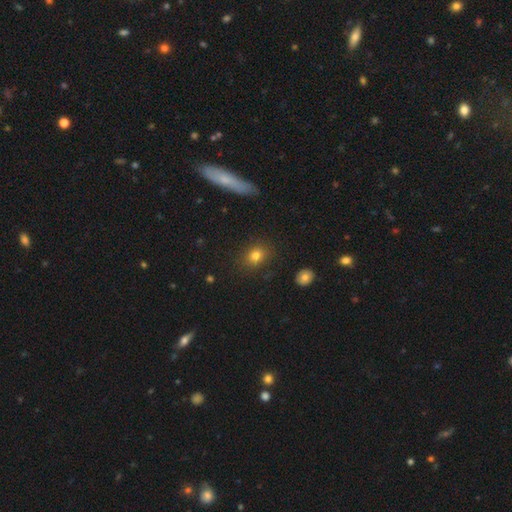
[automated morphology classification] A smooth galaxy with no disk features (80%) that is round (55%).

Vote fractions:
- Smooth or featured? smooth: 80% / star or artifact: 12% / featured or disk: 8%
- How rounded? round: 55% / in between: 43% / cigar-shaped: 2%
- Merging? none: 85% / minor disturbance: 10% / major disturbance: 3% / merger: 2%